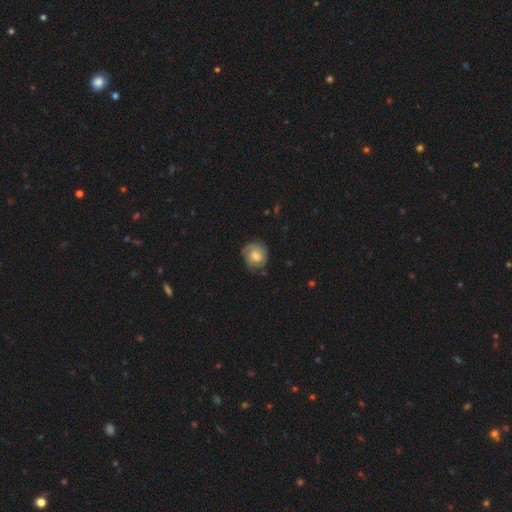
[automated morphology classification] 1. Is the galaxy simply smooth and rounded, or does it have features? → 47% featured or disk, 46% smooth, 7% star or artifact.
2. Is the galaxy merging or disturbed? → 68% none, 23% minor disturbance, 7% major disturbance, 1% merger.